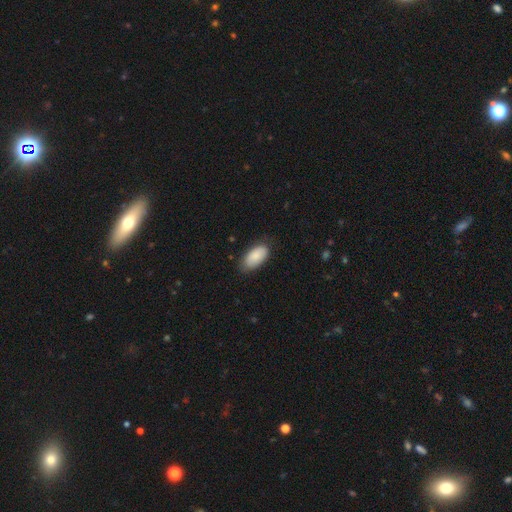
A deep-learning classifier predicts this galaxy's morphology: Overall: smooth (87%). How rounded: in between (94%). Merging: none (74%).